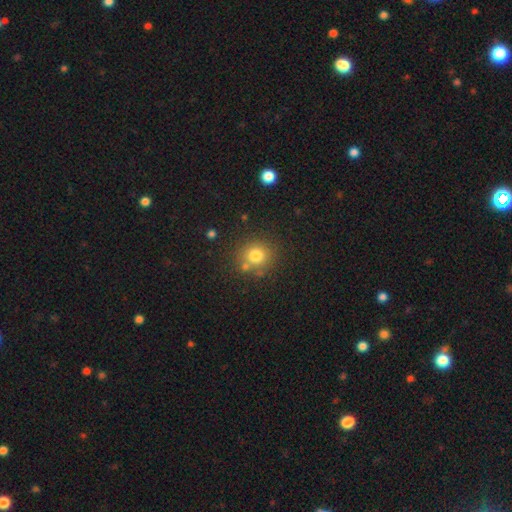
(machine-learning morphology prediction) Q: Smooth or featured?
A: smooth (77%); runner-up: star or artifact (14%)
Q: How rounded?
A: round (88%); runner-up: in between (11%)
Q: Merging?
A: none (74%); runner-up: merger (12%)